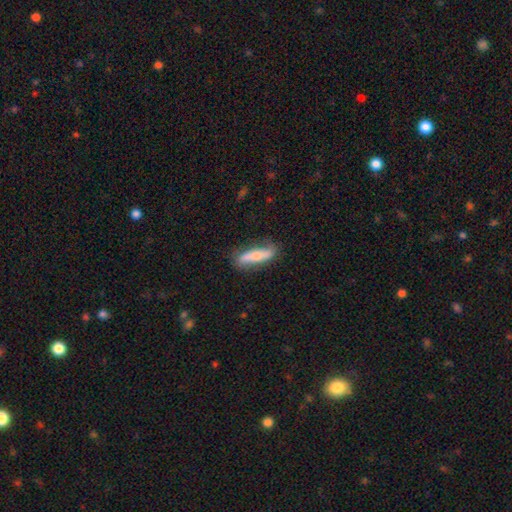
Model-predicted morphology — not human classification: Smooth or featured? Predicted: smooth (p=0.65). How rounded? Predicted: cigar-shaped (p=0.73). Merging? Predicted: none (p=0.75).